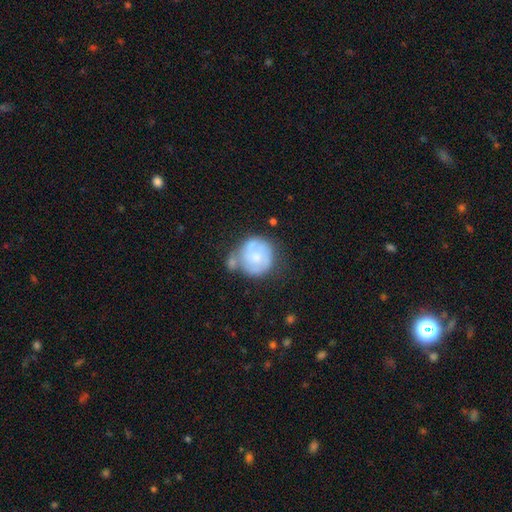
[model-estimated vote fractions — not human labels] This appears to be a smooth galaxy with no disk features (49%). Merging: none (41%).